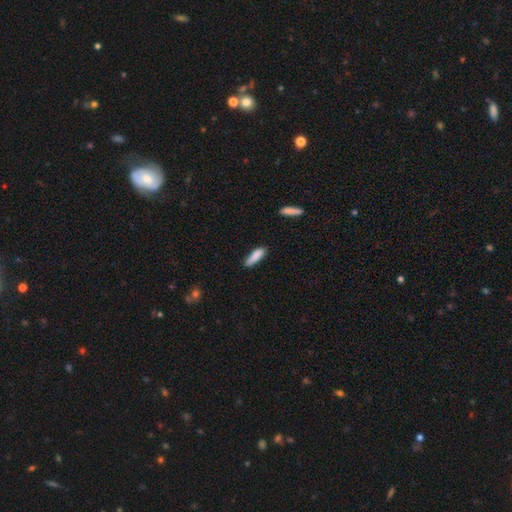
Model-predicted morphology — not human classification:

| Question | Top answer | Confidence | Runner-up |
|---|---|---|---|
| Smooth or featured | smooth | 86% | featured or disk (8%) |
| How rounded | cigar-shaped | 63% | in between (35%) |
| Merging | none | 79% | minor disturbance (17%) |